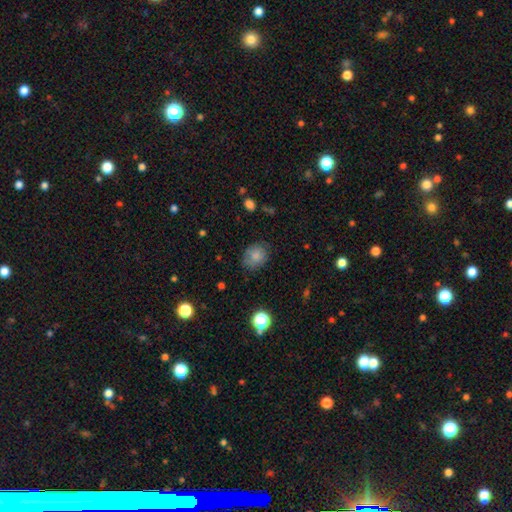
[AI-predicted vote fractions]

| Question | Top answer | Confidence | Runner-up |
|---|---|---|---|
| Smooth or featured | smooth | 81% | star or artifact (10%) |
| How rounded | round | 60% | in between (39%) |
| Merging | none | 75% | minor disturbance (19%) |